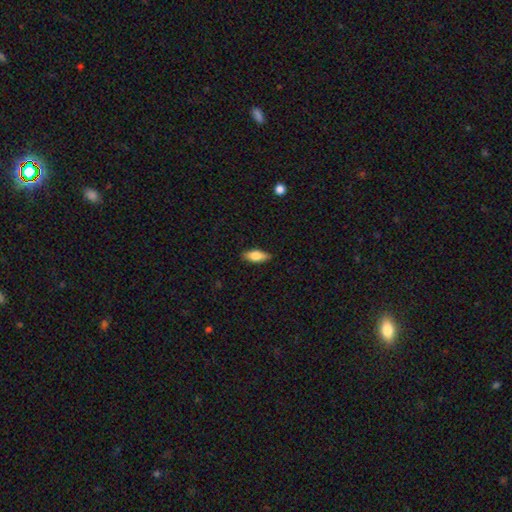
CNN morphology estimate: Smooth or featured?
  - smooth: 76% *
  - featured or disk: 18%
  - star or artifact: 6%
How rounded?
  - in between: 75% *
  - cigar-shaped: 22%
  - round: 3%
Merging?
  - none: 87% *
  - minor disturbance: 10%
  - major disturbance: 2%
  - merger: 1%